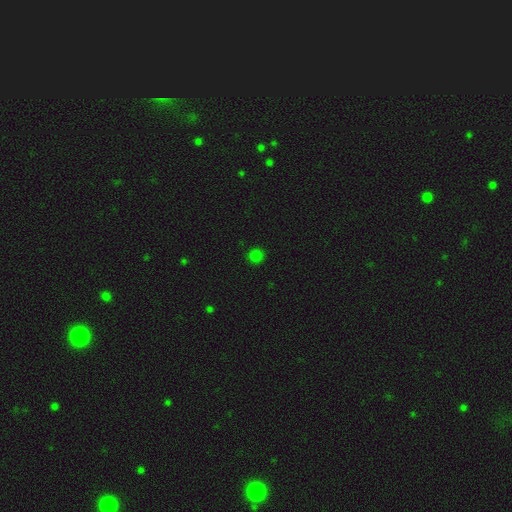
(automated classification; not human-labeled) smooth 79%, star or artifact 18%, featured or disk 3%. Down the decision tree: how rounded — round (92%); merging — none (90%).